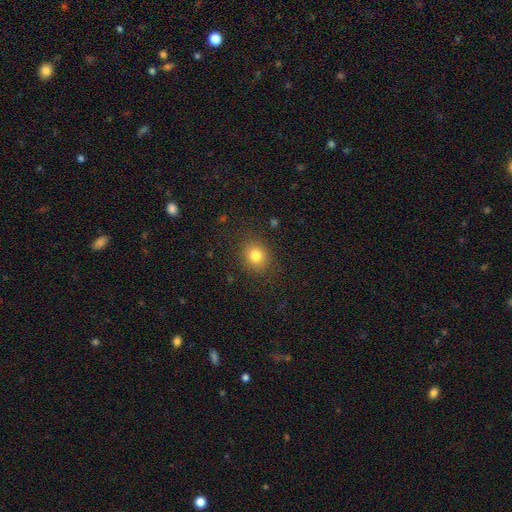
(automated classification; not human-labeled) This appears to be a smooth galaxy with no disk features (81%) that is round (74%). Merging: none (87%).